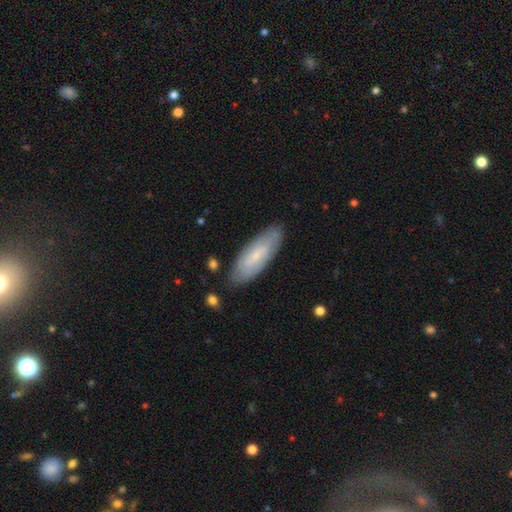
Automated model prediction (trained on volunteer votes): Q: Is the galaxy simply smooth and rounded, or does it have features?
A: smooth — 56%.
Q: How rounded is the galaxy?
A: in between — 60%.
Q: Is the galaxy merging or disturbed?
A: none — 82%.